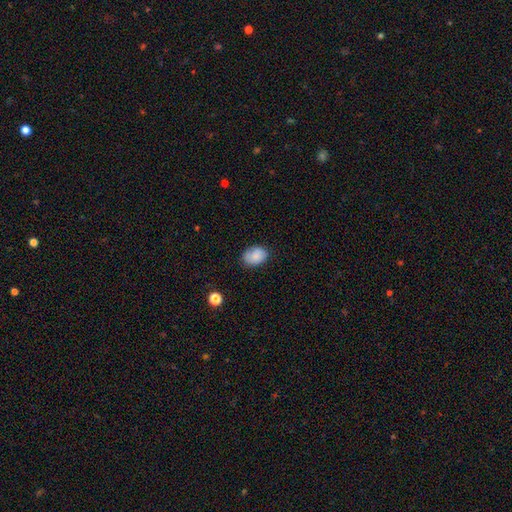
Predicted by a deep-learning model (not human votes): Smooth or featured?
  - smooth: 83% *
  - featured or disk: 9%
  - star or artifact: 8%
How rounded?
  - in between: 78% *
  - round: 21%
  - cigar-shaped: 1%
Merging?
  - none: 77% *
  - minor disturbance: 17%
  - major disturbance: 4%
  - merger: 2%